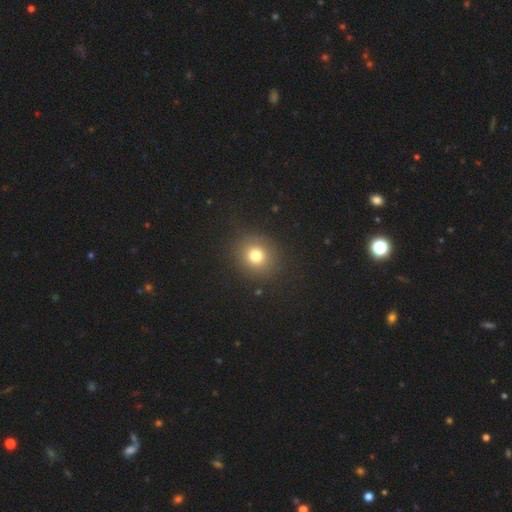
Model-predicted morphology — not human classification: The model was most divided on "smooth or featured": smooth: 76%, star or artifact: 16%, featured or disk: 8%. More confident: merging — none (89%); how rounded — round (81%).